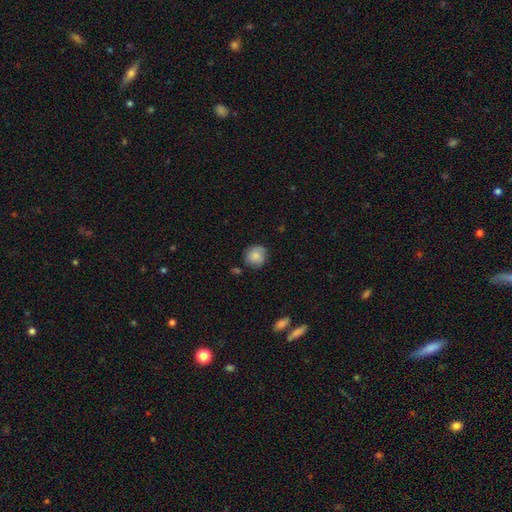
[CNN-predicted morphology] This is likely a smooth galaxy (78%). How rounded: clearly round (84%). Merging: likely none (72%).